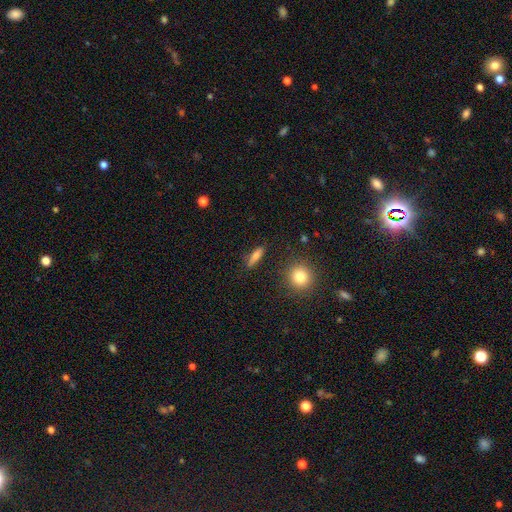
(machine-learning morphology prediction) Smooth or featured? Predicted: smooth (p=0.72). How rounded? Predicted: cigar-shaped (p=0.62). Merging? Predicted: none (p=0.85).